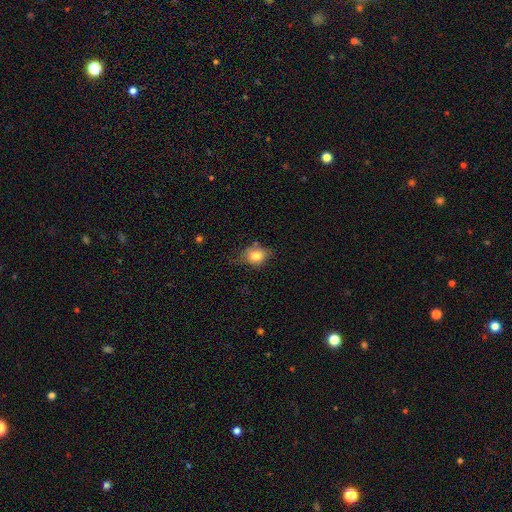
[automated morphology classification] smooth_or_featured: smooth (p=0.79) [alt: featured or disk p=0.12]
how_rounded: in between (p=0.51) [alt: round p=0.48]
merging: none (p=0.54) [alt: minor disturbance p=0.32]